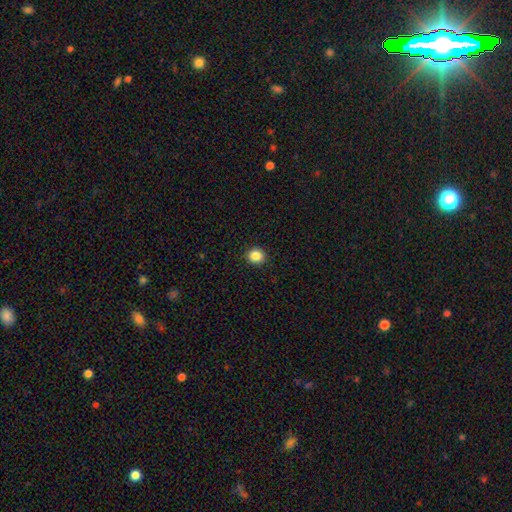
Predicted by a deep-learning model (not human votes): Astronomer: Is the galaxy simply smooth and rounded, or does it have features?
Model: smooth — 86%.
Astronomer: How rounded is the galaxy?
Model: round — 88%.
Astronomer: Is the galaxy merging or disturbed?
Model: none — 92%.